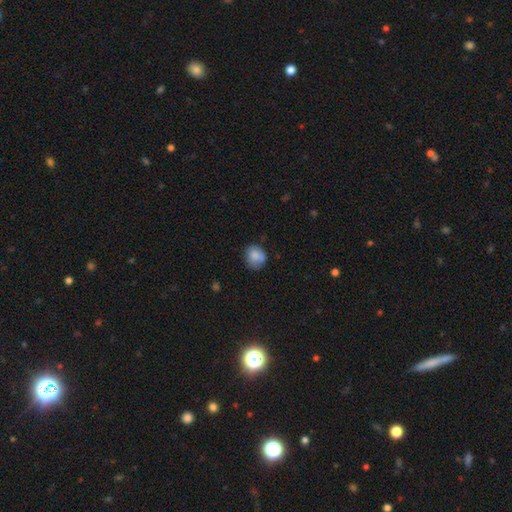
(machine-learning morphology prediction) Overall: smooth (81%). How rounded: round (75%). Merging: none (64%; minor disturbance 26%).